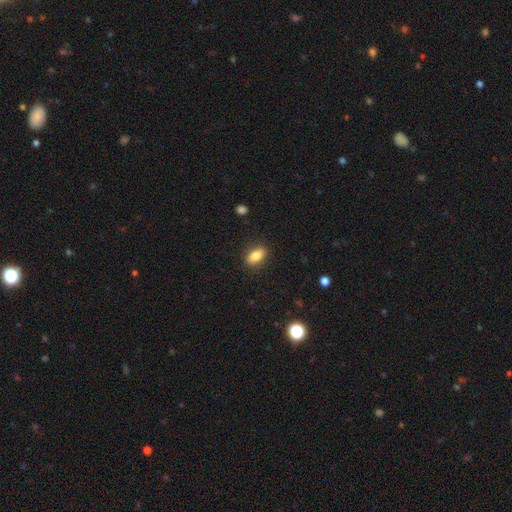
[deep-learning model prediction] smooth 84%, star or artifact 8%, featured or disk 8%. Down the decision tree: how rounded — in between (87%); merging — none (88%).